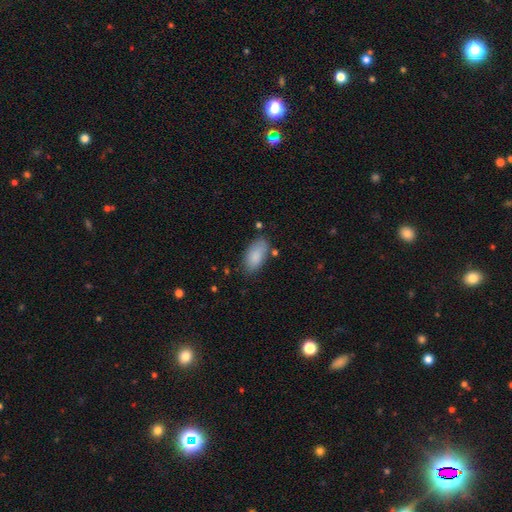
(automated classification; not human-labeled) A smooth galaxy with no disk features (87%) that is in between round and cigar-shaped (93%). Merging: none (75%).